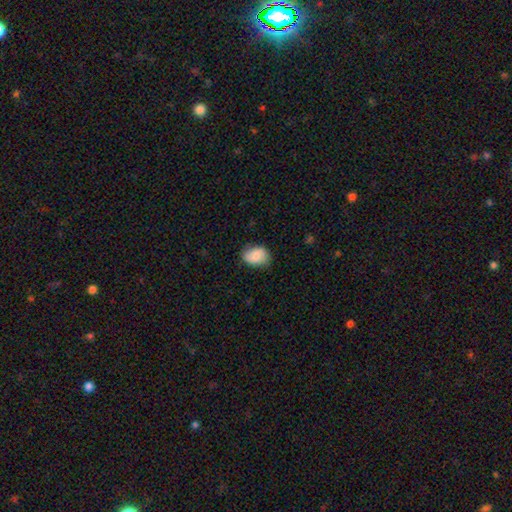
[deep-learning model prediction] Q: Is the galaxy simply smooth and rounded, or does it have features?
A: smooth — 80%.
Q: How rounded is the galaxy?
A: in between — 72%.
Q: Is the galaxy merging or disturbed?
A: none — 72%.